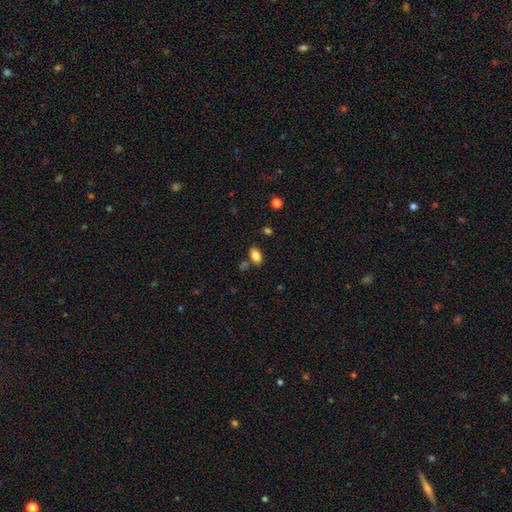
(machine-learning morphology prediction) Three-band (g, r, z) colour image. It shows a smooth galaxy with no disk features (83%) that is in between round and cigar-shaped (90%). Merging: none (78%).